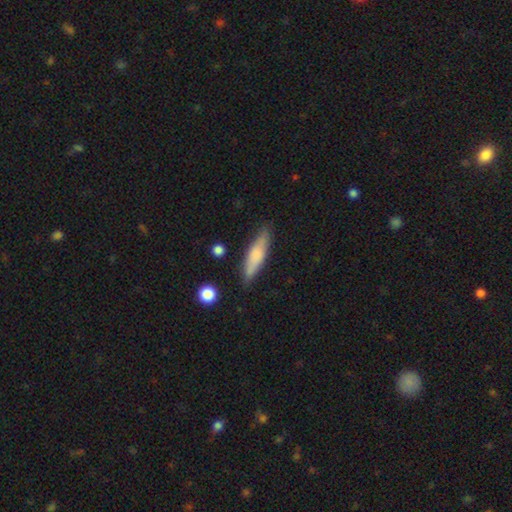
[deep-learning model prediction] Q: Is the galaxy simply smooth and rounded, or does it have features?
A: smooth — 67%.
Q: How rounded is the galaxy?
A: cigar-shaped — 73%.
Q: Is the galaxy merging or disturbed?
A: none — 81%.